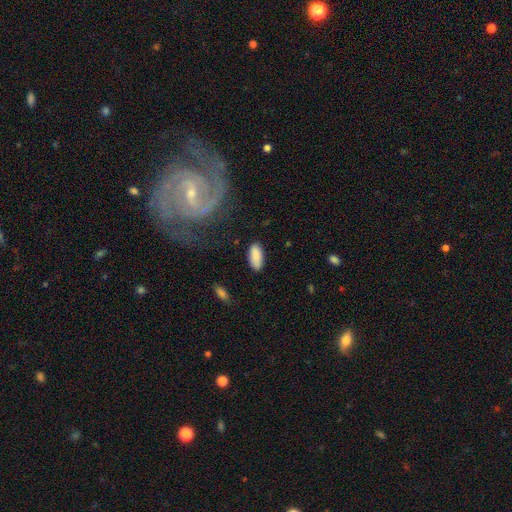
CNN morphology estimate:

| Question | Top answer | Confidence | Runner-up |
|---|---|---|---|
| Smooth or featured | smooth | 88% | star or artifact (7%) |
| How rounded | in between | 86% | cigar-shaped (12%) |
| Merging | none | 83% | minor disturbance (12%) |